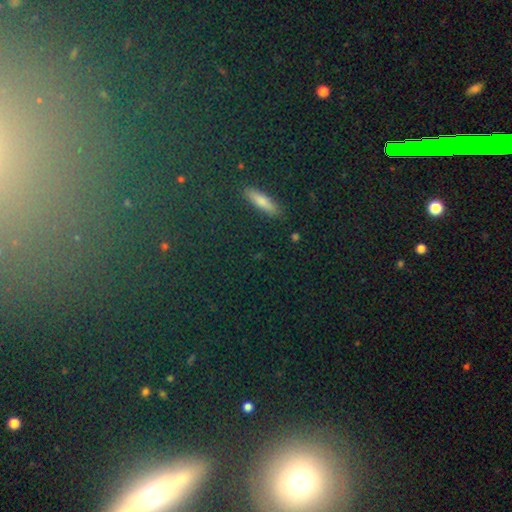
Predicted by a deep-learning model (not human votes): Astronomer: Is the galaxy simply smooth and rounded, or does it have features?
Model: star or artifact — 47% (runner-up: smooth, 33%).